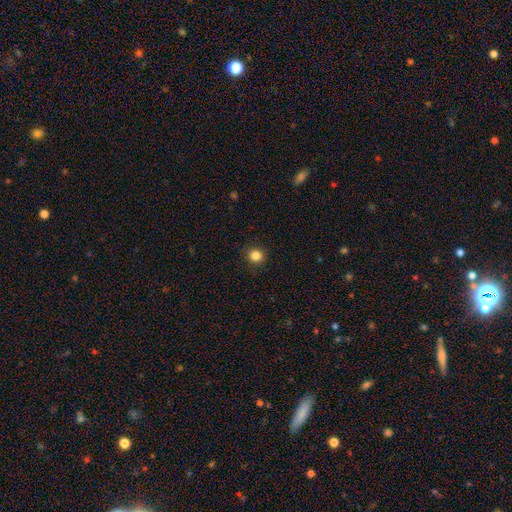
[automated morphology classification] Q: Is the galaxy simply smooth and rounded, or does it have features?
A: smooth — 85%.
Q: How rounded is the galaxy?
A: round — 89%.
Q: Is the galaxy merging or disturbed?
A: none — 91%.